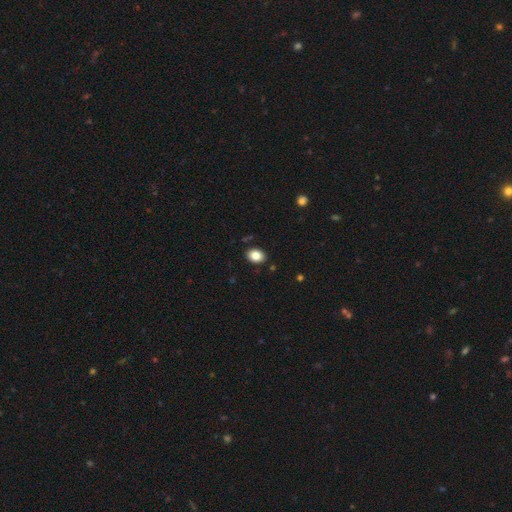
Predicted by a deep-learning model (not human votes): This is clearly a smooth galaxy (85%). How rounded: likely in between (67%). Merging: clearly none (88%).